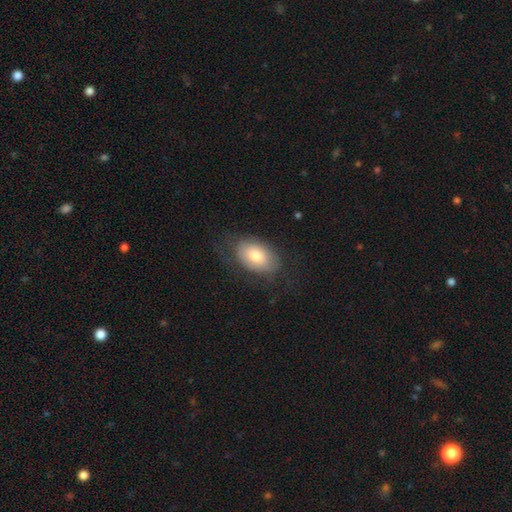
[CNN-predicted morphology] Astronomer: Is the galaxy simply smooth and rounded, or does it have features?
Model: smooth — 68%.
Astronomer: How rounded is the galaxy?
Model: in between — 90%.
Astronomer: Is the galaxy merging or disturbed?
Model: none — 67%.